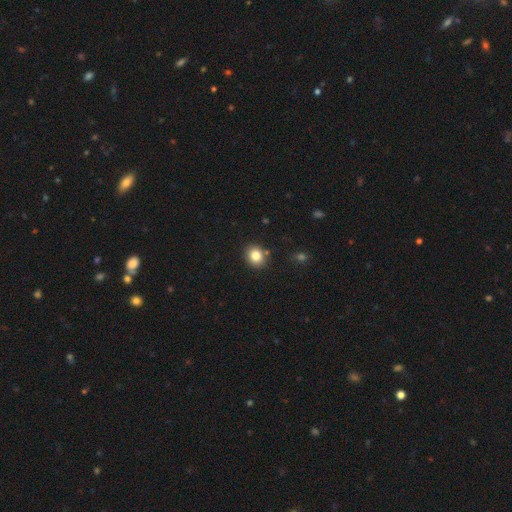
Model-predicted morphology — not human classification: A smooth galaxy with no disk features (83%) that is round (69%).

Vote fractions:
- Smooth or featured? smooth: 83% / star or artifact: 10% / featured or disk: 7%
- How rounded? round: 69% / in between: 30% / cigar-shaped: 1%
- Merging? none: 85% / minor disturbance: 9% / merger: 4% / major disturbance: 2%